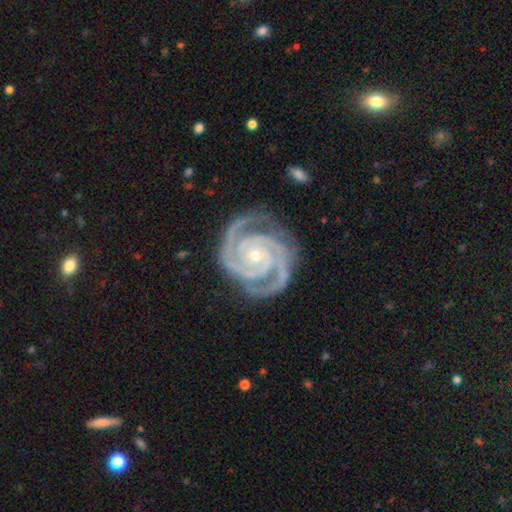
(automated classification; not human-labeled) Smooth or featured: featured or disk — 95% (star or artifact — 3%)
Edge-on disk: no — 98% (yes — 2%)
Bar: no — 68% (weak — 19%)
Spiral arms: yes — 99% (no — 1%)
Spiral winding: tight — 79% (medium — 19%)
Spiral arm count: 2 — 54% (3 — 32%)
Bulge size: small — 72% (moderate — 25%)
Merging: none — 79% (minor disturbance — 15%)